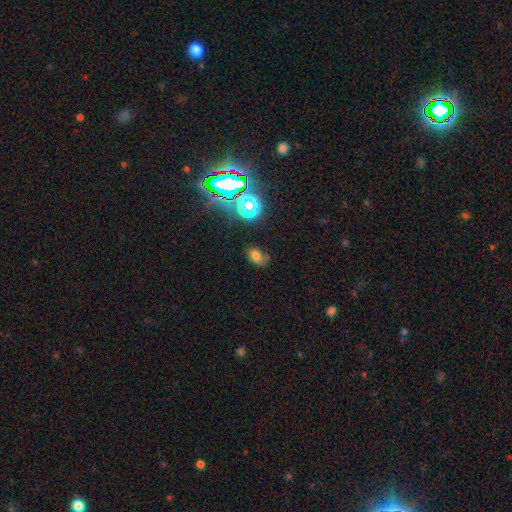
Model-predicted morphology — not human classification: smooth 63%, star or artifact 24%, featured or disk 13%. Down the decision tree: how rounded — in between (81%); merging — none (59%).